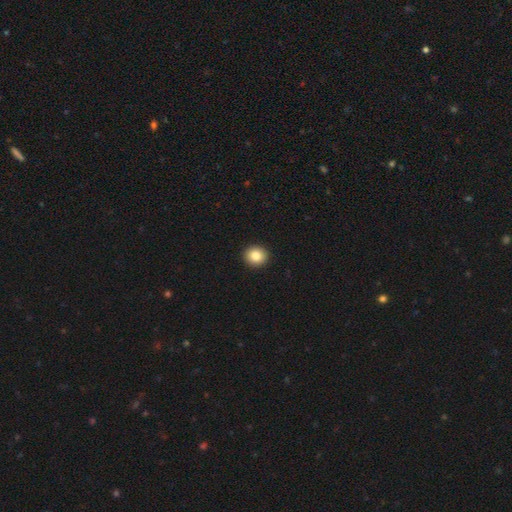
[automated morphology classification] This is clearly a smooth galaxy (84%). How rounded: clearly round (82%). Merging: clearly none (93%).